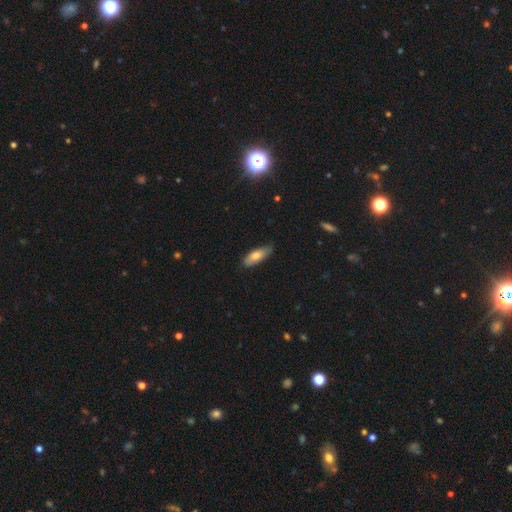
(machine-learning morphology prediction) smooth-or-featured: smooth: 75% | featured or disk: 19% | star or artifact: 6%
  how-rounded: in between: 63% | cigar-shaped: 35% | round: 2%
  merging: none: 71% | minor disturbance: 24% | major disturbance: 3% | merger: 1%